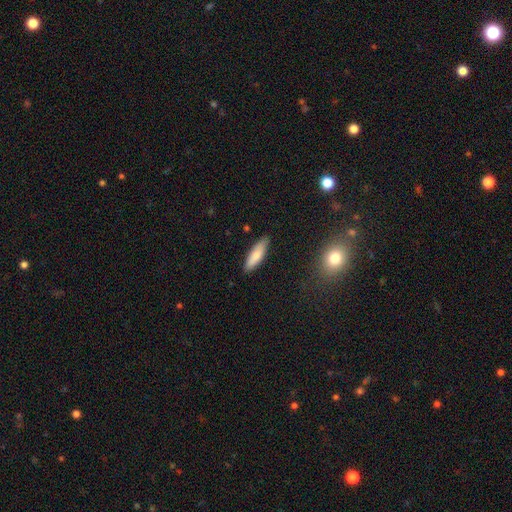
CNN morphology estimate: type=smooth (80%); roundness=cigar-shaped (56%); merging=none (85%).